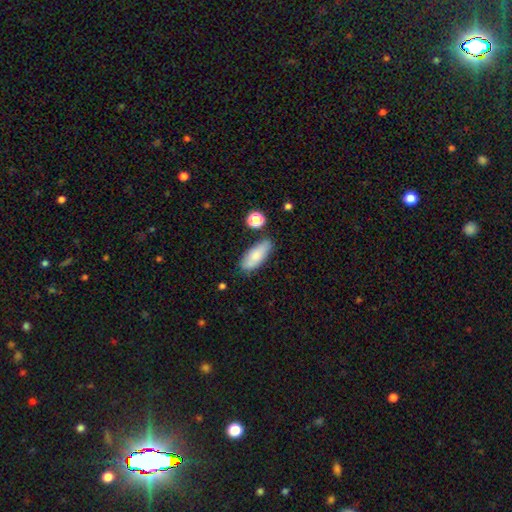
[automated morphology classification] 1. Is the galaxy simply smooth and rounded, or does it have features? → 81% smooth, 12% featured or disk, 7% star or artifact.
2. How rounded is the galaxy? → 79% in between, 19% cigar-shaped, 3% round.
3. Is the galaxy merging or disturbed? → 72% none, 19% minor disturbance, 5% merger, 4% major disturbance.